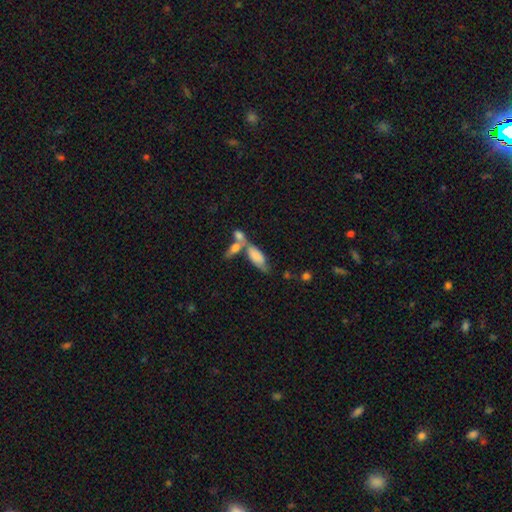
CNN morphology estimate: Smooth or featured? smooth (69%)
How rounded? in between (72%)
Merging? merger (48%)